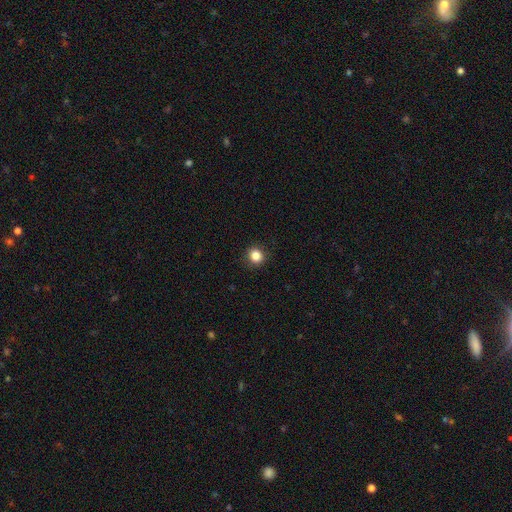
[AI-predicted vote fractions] This is clearly a smooth galaxy (85%). How rounded: clearly round (88%). Merging: clearly none (91%).